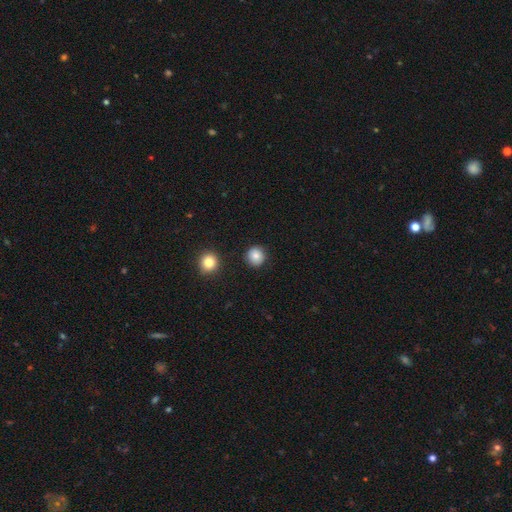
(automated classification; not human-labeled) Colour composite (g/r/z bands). It shows a smooth galaxy with no disk features (85%) that is round (93%). Merging: none (90%).